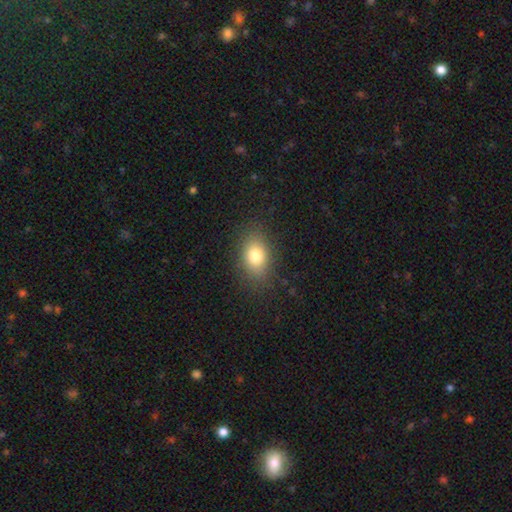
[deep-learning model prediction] This appears to be a smooth galaxy with no disk features (78%) that is in between round and cigar-shaped (75%). Merging: none (83%).